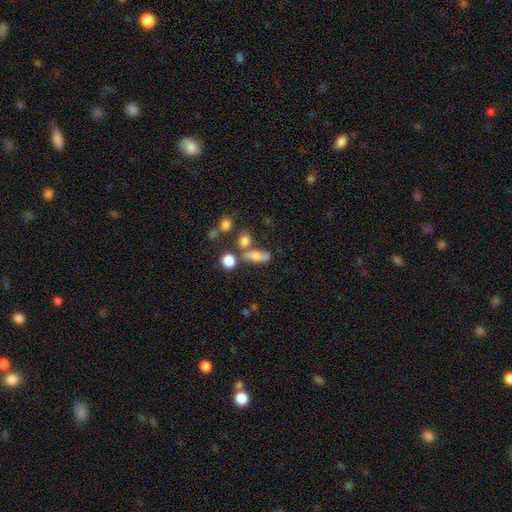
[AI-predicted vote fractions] A smooth galaxy with no disk features (58%) that is in between round and cigar-shaped (52%).

Vote fractions:
- Smooth or featured? smooth: 58% / featured or disk: 28% / star or artifact: 14%
- How rounded? in between: 52% / cigar-shaped: 30% / round: 17%
- Merging? none: 52% / merger: 22% / minor disturbance: 17% / major disturbance: 9%